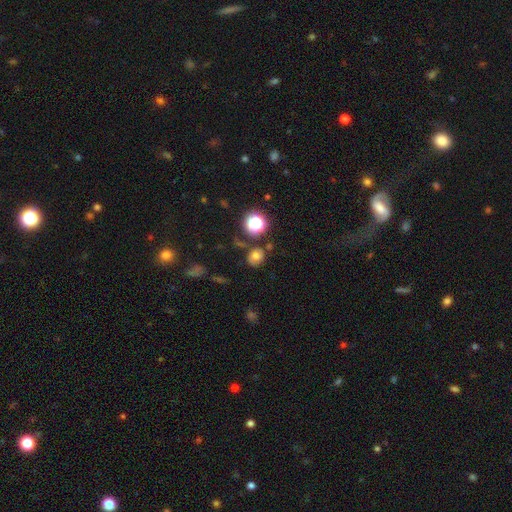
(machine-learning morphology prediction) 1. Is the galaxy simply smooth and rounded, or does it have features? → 66% smooth, 21% star or artifact, 13% featured or disk.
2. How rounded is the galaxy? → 65% round, 34% in between, 1% cigar-shaped.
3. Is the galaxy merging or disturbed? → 68% none, 16% minor disturbance, 9% merger, 6% major disturbance.